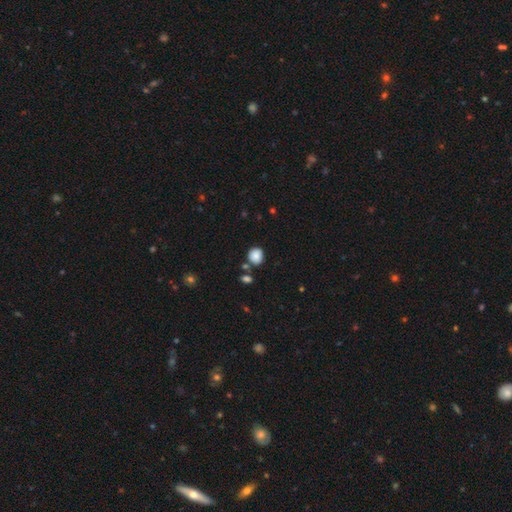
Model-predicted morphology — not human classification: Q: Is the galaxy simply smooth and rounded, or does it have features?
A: smooth — 86%.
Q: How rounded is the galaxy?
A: round — 81%.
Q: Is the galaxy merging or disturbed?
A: none — 74%.